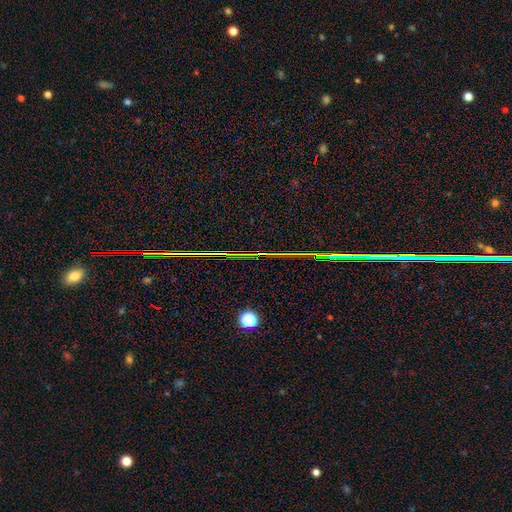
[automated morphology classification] Smooth or featured?
  - star or artifact: 85% *
  - smooth: 8%
  - featured or disk: 7%